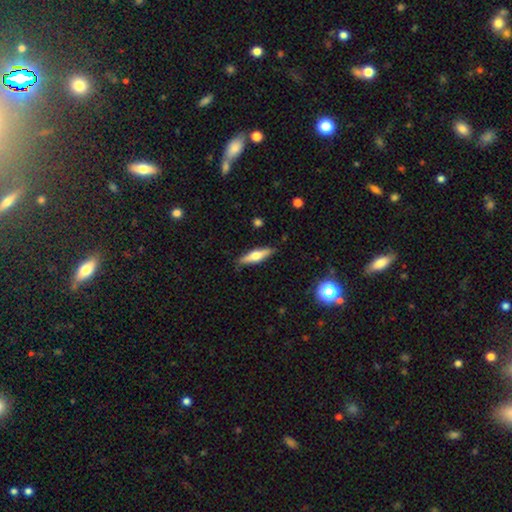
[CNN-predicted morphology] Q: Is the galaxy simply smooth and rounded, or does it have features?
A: featured or disk — 47%.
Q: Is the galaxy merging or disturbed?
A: none — 87%.